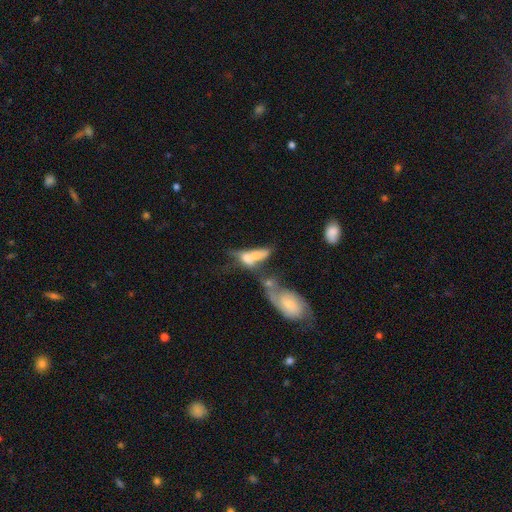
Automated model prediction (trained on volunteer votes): smooth 46%, featured or disk 43%, star or artifact 11%. Down the decision tree: merging — merger (68%).